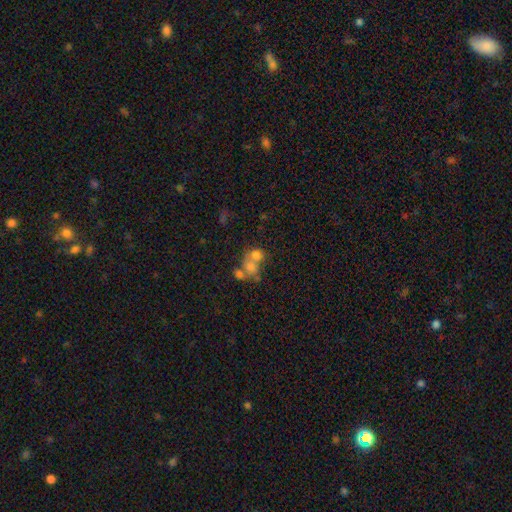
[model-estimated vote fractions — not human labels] Smooth or featured: smooth — 67% (featured or disk — 20%)
How rounded: round — 61% (in between — 38%)
Merging: merger — 61% (none — 25%)